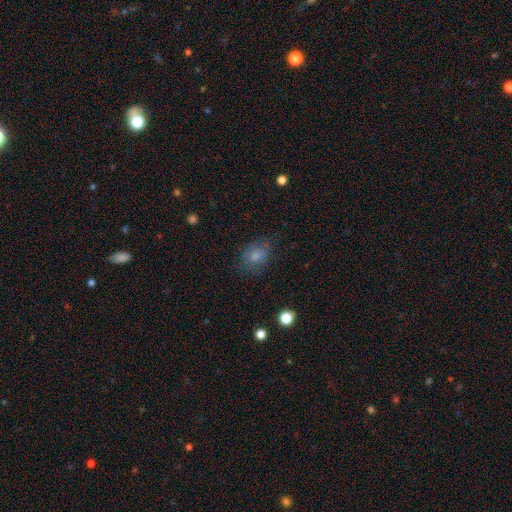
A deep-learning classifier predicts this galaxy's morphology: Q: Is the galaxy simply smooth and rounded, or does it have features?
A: smooth — 65%.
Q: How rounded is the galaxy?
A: in between — 60%.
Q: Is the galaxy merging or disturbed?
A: none — 76%.